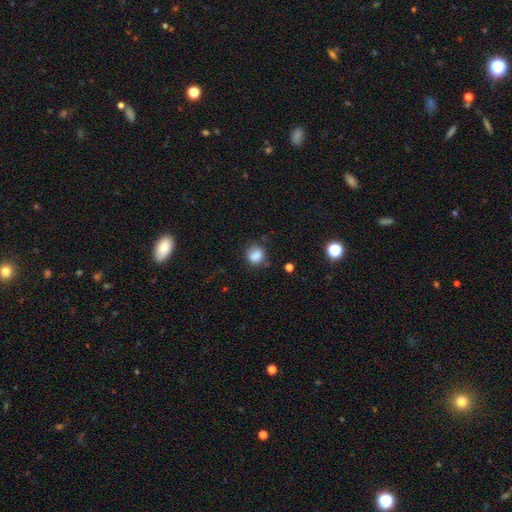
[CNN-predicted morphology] smooth-or-featured: smooth: 84% | star or artifact: 10% | featured or disk: 6%
  how-rounded: round: 75% | in between: 24% | cigar-shaped: 1%
  merging: none: 68% | minor disturbance: 22% | major disturbance: 7% | merger: 3%